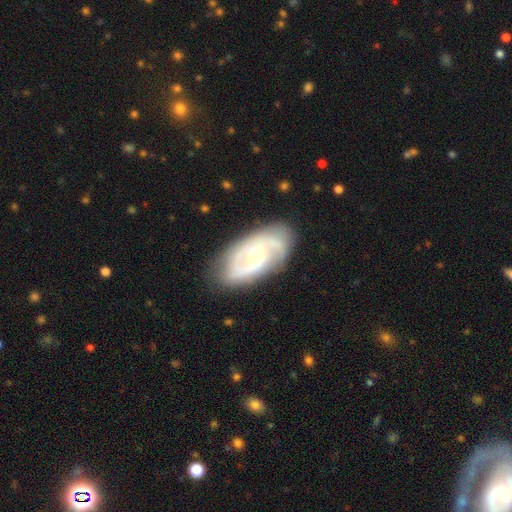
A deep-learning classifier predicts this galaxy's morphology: The model was most divided on "spiral winding": medium: 44%, tight: 36%, loose: 20%. More confident: edge-on disk — no (94%); spiral arms — yes (90%); smooth or featured — featured or disk (80%); merging — none (77%); spiral arm count — 2 (65%); bulge size — moderate (55%); bar — no (51%).